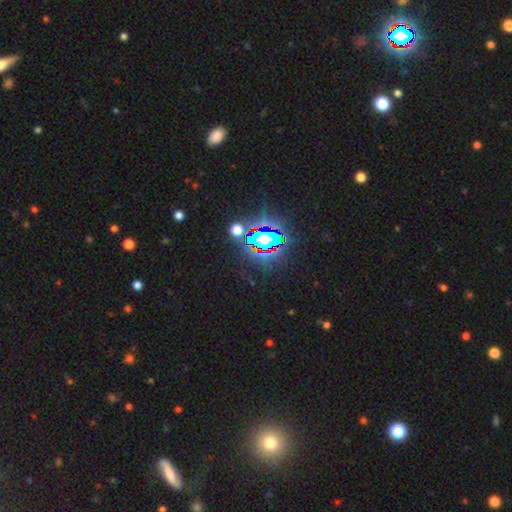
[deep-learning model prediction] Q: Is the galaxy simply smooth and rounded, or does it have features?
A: star or artifact — 83%.